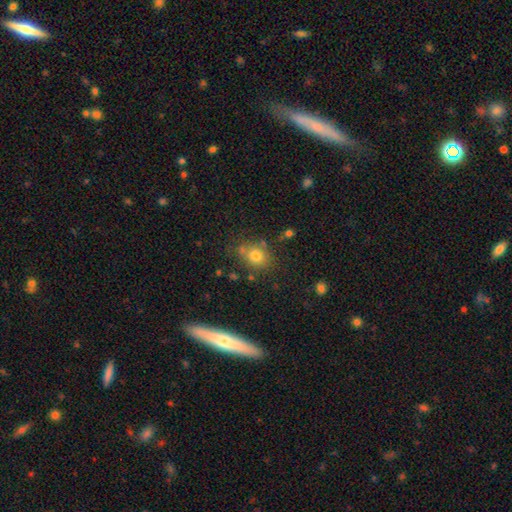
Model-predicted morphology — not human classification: Smooth or featured?
  - smooth: 76% *
  - star or artifact: 13%
  - featured or disk: 10%
How rounded?
  - round: 54% *
  - in between: 44%
  - cigar-shaped: 1%
Merging?
  - none: 68% *
  - minor disturbance: 16%
  - merger: 10%
  - major disturbance: 5%